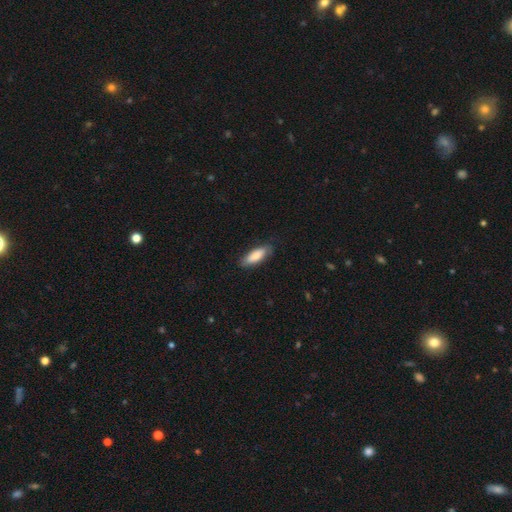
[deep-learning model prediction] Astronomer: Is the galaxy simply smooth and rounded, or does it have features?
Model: smooth — 82%.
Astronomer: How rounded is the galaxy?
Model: in between — 59% (runner-up: cigar-shaped, 39%).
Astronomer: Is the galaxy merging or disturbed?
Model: none — 81%.